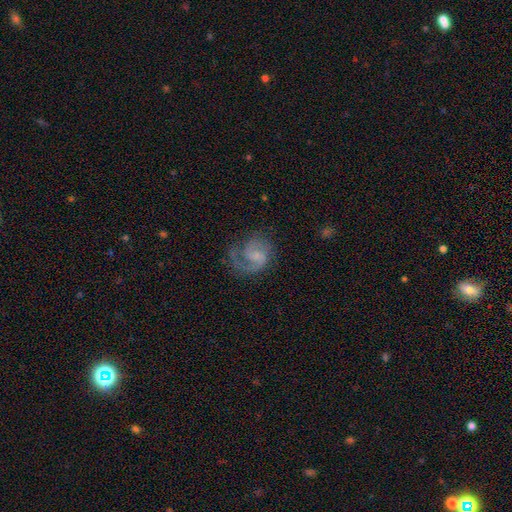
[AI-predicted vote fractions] A featured or disk galaxy (82%) with no bar (53%), 2 (49%) medium (51%) spiral arms (96%) and a small central bulge (45%).

Vote fractions:
- Smooth or featured? featured or disk: 82% / smooth: 12% / star or artifact: 6%
- Edge-on disk? no: 98% / yes: 2%
- Bar? no: 53% / weak: 41% / strong: 6%
- Spiral arms? yes: 96% / no: 4%
- Spiral winding? medium: 51% / tight: 27% / loose: 22%
- Spiral arm count? 2: 49% / 1: 41% / can't tell: 5% / 3: 3% / 4: 1% / more than 4: 1%
- Bulge size? small: 45% / none: 31% / moderate: 20% / large: 3% / dominant: 1%
- Merging? none: 60% / major disturbance: 19% / minor disturbance: 19% / merger: 2%